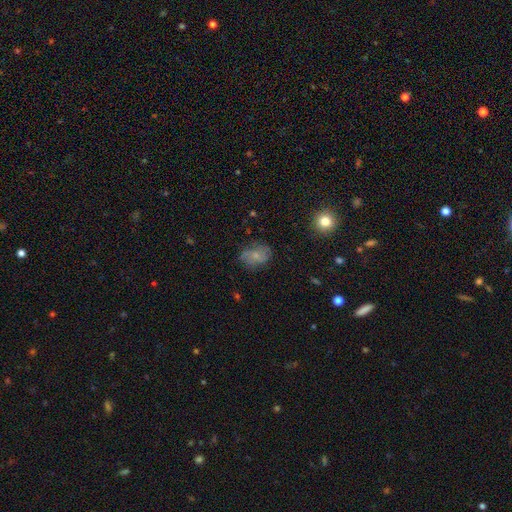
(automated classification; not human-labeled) A smooth galaxy with no disk features (64%) that is in between round and cigar-shaped (73%). Merging: none (64%).